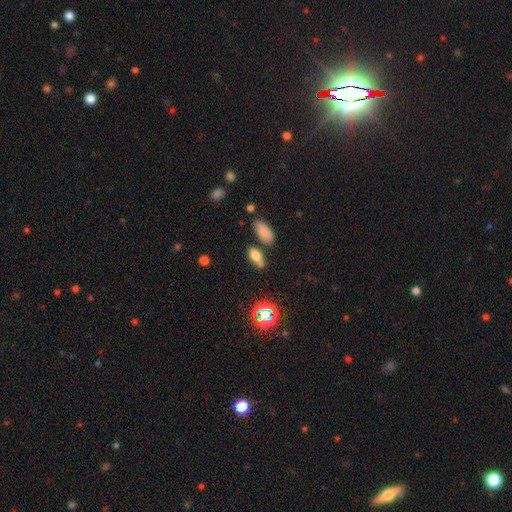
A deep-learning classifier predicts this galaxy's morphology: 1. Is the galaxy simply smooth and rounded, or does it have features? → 71% smooth, 16% star or artifact, 13% featured or disk.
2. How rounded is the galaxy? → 81% in between, 11% cigar-shaped, 8% round.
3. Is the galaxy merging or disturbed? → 57% none, 19% minor disturbance, 17% merger, 7% major disturbance.